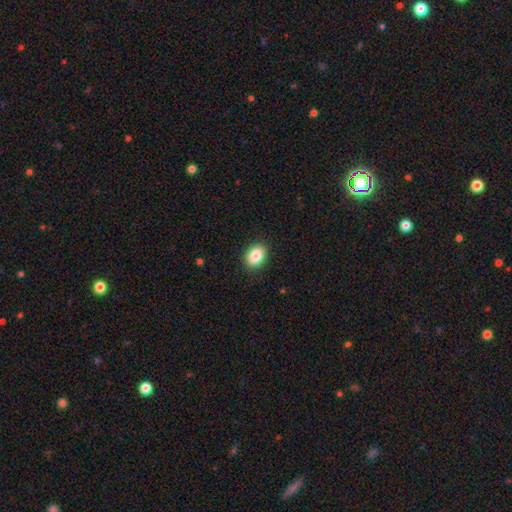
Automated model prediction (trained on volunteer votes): A smooth galaxy with no disk features (86%) that is in between round and cigar-shaped (72%).

Vote fractions:
- Smooth or featured? smooth: 86% / star or artifact: 8% / featured or disk: 6%
- How rounded? in between: 72% / round: 27% / cigar-shaped: 1%
- Merging? none: 89% / minor disturbance: 8% / major disturbance: 2% / merger: 1%